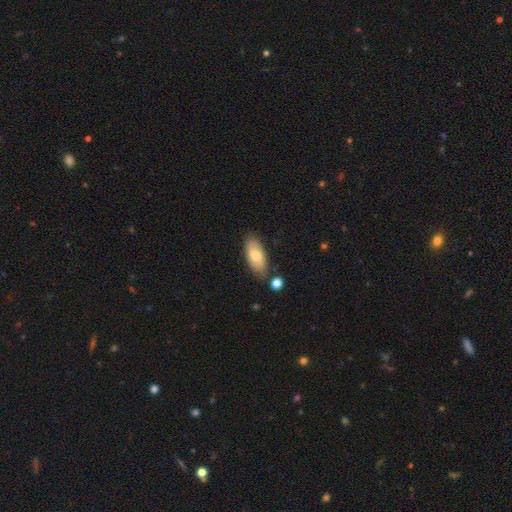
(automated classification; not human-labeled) Smooth or featured? Predicted: smooth (p=0.71). How rounded? Predicted: in between (p=0.88). Merging? Predicted: none (p=0.80).